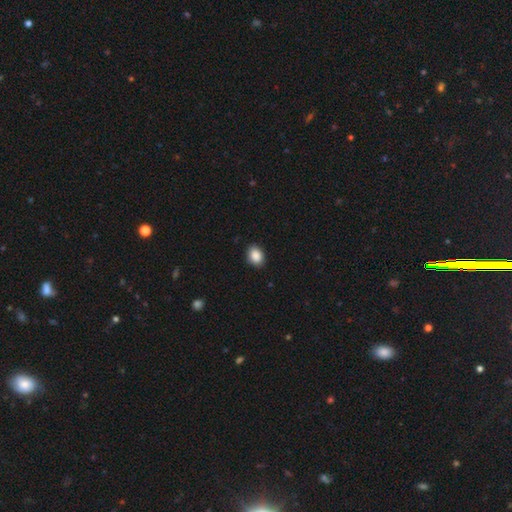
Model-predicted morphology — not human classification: Overall: smooth (89%). How rounded: in between (67%; round 32%). Merging: none (88%).